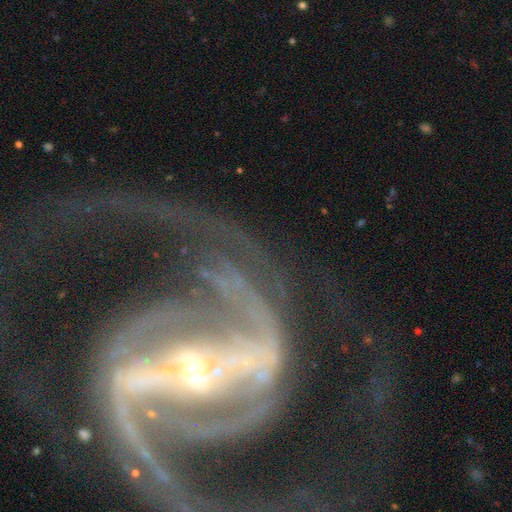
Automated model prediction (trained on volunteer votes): Smooth or featured? Predicted: featured or disk (p=0.91). Edge-on disk? Predicted: no (p=0.97). Bar? Predicted: strong (p=0.74). Spiral arms? Predicted: yes (p=0.96). Spiral winding? Predicted: medium (p=0.50). Spiral arm count? Predicted: 2 (p=0.77). Bulge size? Predicted: small (p=0.75). Merging? Predicted: none (p=0.47).